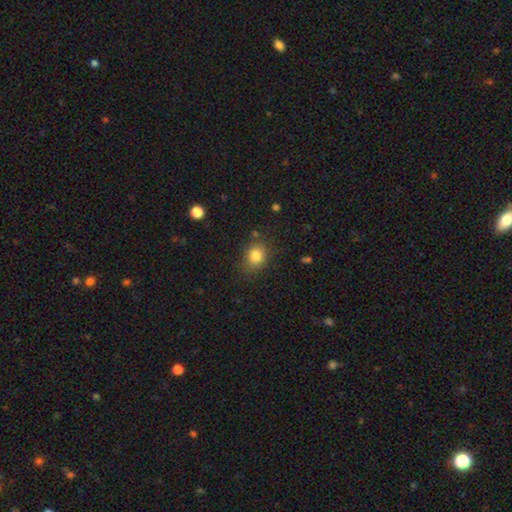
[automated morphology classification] Smooth or featured? smooth (82%)
How rounded? round (57%)
Merging? none (79%)